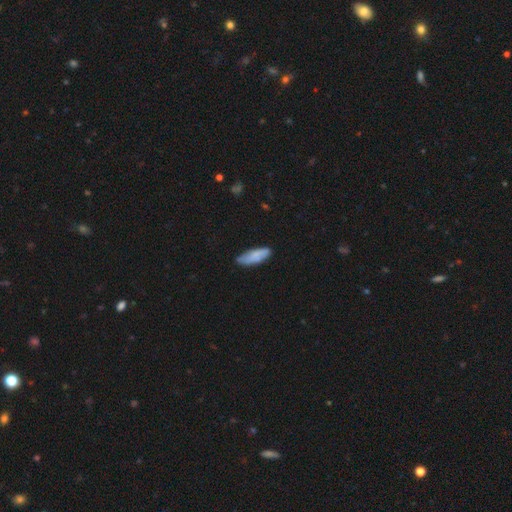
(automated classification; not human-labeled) Morphology: type=smooth (76%); roundness=in between (61%); merging=none (72%).